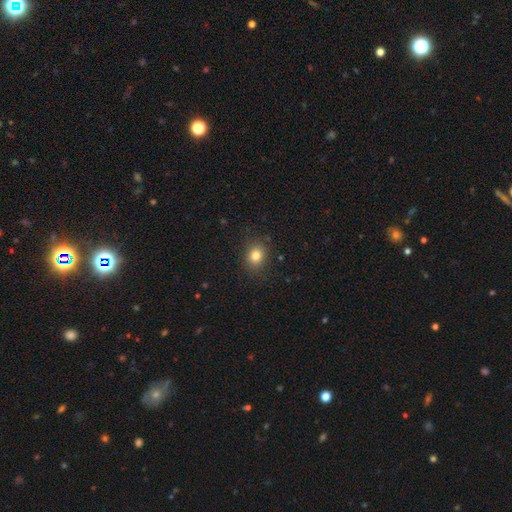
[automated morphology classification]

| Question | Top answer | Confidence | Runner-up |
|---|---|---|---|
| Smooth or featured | smooth | 81% | star or artifact (12%) |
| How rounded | round | 61% | in between (38%) |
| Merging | none | 86% | minor disturbance (10%) |